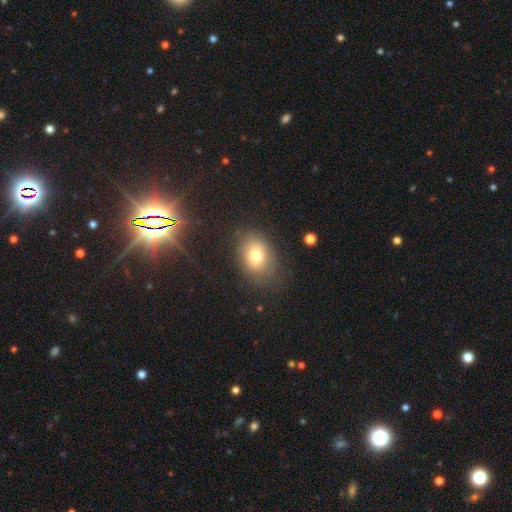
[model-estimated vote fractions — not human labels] Smooth or featured: smooth — 74% (featured or disk — 14%)
How rounded: in between — 65% (round — 34%)
Merging: none — 75% (minor disturbance — 16%)